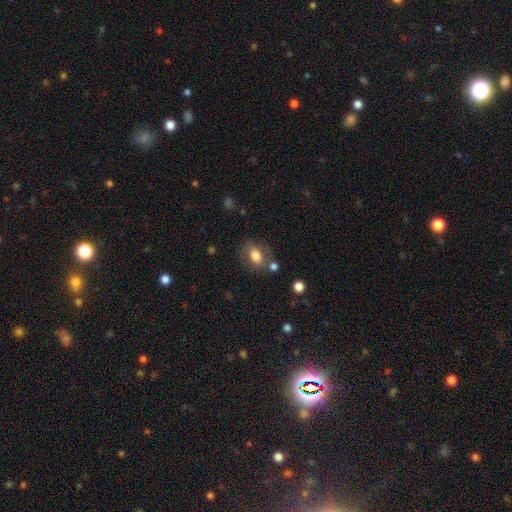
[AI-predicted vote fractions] Smooth or featured? Predicted: smooth (p=0.73). How rounded? Predicted: in between (p=0.75). Merging? Predicted: none (p=0.66).